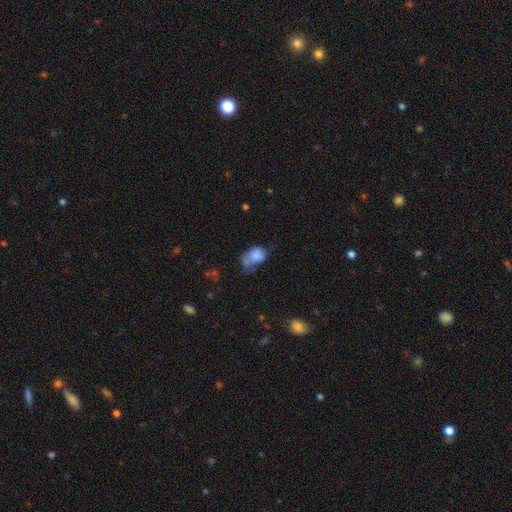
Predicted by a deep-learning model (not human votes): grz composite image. It shows a smooth galaxy with no disk features (73%) that is in between round and cigar-shaped (77%). Merging: major disturbance (35%).